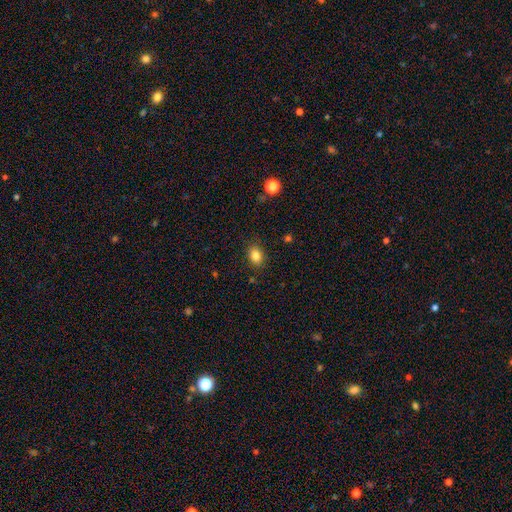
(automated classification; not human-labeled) Overall: smooth (84%). How rounded: in between (66%; round 33%). Merging: none (85%).